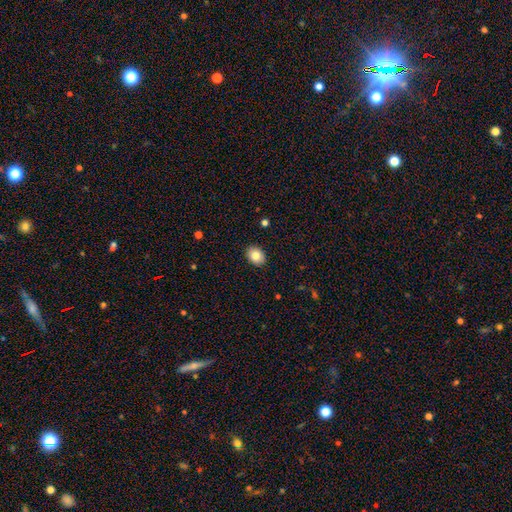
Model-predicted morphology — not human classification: smooth_or_featured: smooth (p=0.82) [alt: featured or disk p=0.09]
how_rounded: in between (p=0.58) [alt: round p=0.41]
merging: none (p=0.90) [alt: minor disturbance p=0.07]